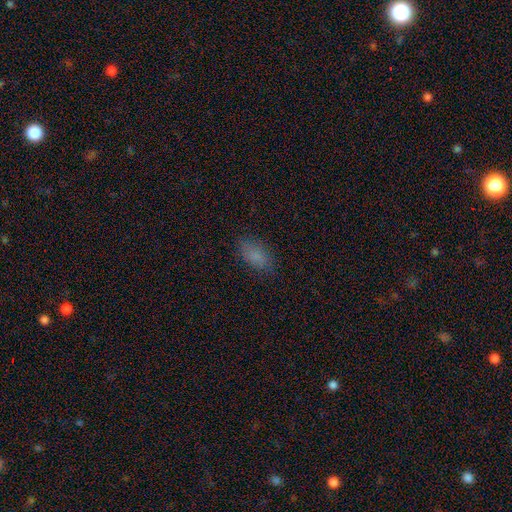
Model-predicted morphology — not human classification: Q: Smooth or featured?
A: smooth (82%); runner-up: star or artifact (11%)
Q: How rounded?
A: in between (91%); runner-up: round (5%)
Q: Merging?
A: none (80%); runner-up: minor disturbance (15%)